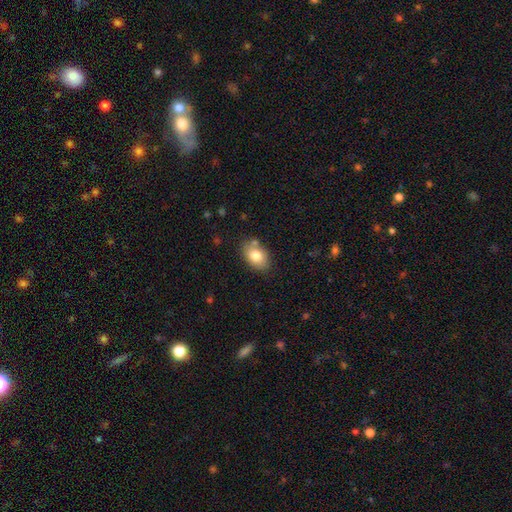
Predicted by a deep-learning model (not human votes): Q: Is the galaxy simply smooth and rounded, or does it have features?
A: smooth — 80%.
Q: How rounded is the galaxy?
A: in between — 85%.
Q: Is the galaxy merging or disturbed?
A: none — 76%.